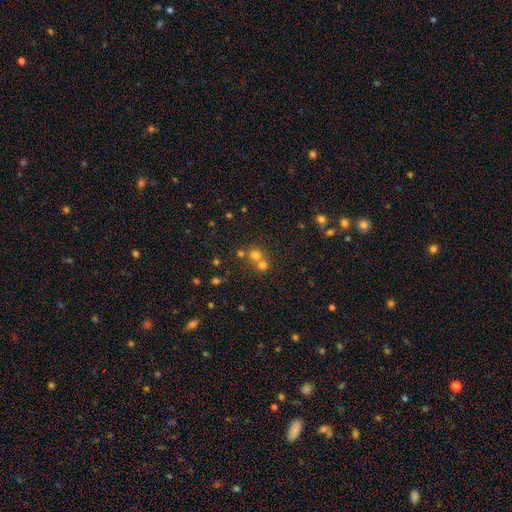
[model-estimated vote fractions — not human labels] Morphology: type=smooth (67%); roundness=round (87%); merging=merger (51%).